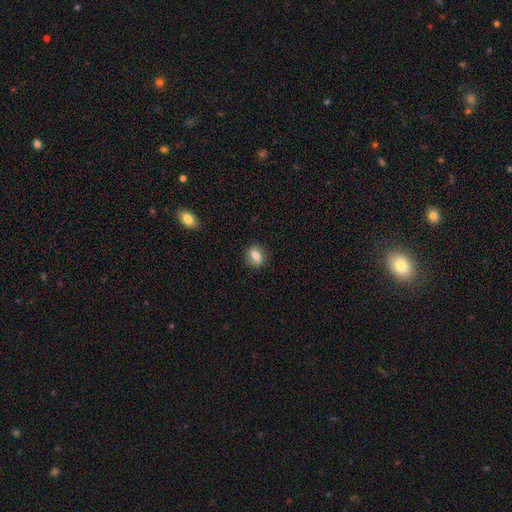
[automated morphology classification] Smooth or featured?
  - smooth: 78% *
  - featured or disk: 13%
  - star or artifact: 9%
How rounded?
  - in between: 61% *
  - round: 35%
  - cigar-shaped: 4%
Merging?
  - none: 84% *
  - minor disturbance: 12%
  - major disturbance: 3%
  - merger: 1%